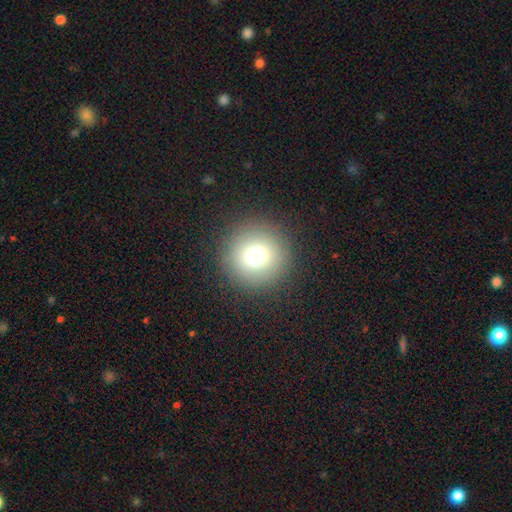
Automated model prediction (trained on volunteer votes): Morphology: type=smooth (73%); roundness=round (96%); merging=none (90%).